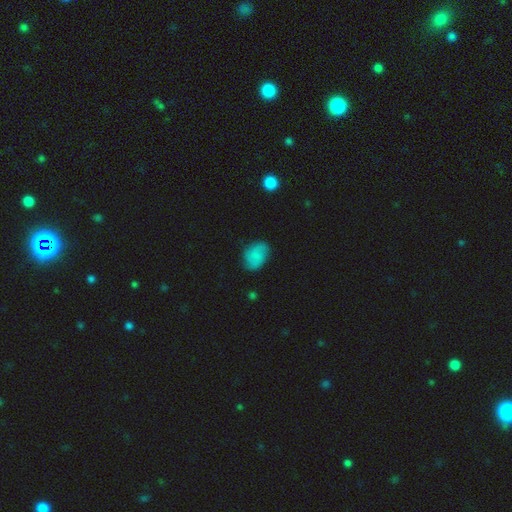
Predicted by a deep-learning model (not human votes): Morphology: type=smooth (61%); roundness=in between (75%); merging=none (73%).